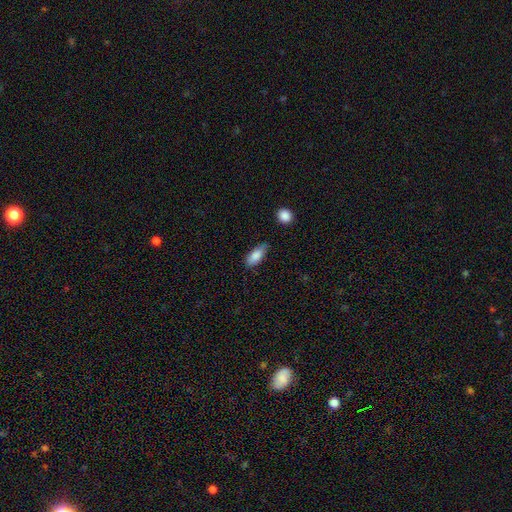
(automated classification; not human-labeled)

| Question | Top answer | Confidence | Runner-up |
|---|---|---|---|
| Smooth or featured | smooth | 83% | featured or disk (10%) |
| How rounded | in between | 81% | cigar-shaped (17%) |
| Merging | none | 74% | minor disturbance (21%) |